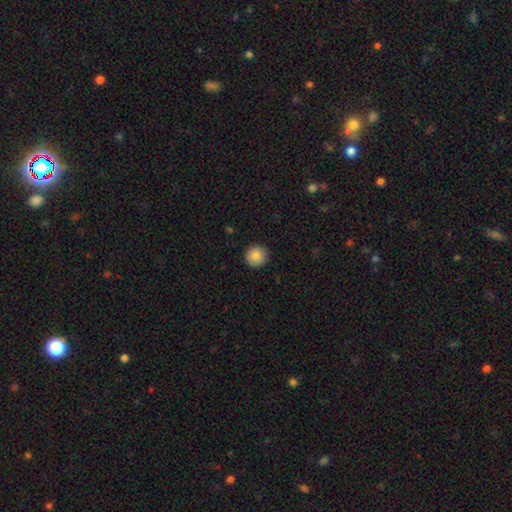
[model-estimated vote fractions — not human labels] Morphology: type=smooth (85%); roundness=round (96%); merging=none (91%).